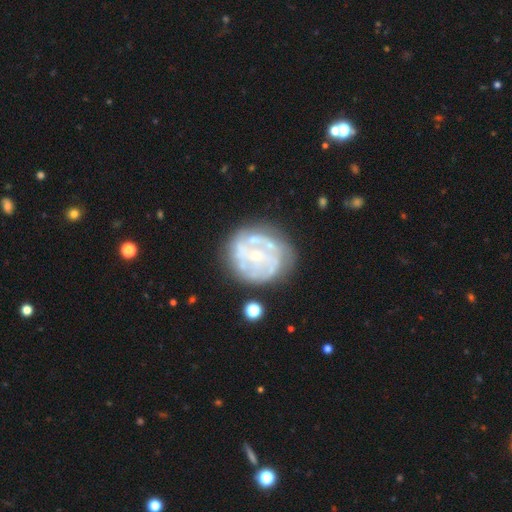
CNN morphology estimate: This appears to be a featured or disk galaxy (74%) with no bar (74%), spiral arms (56%) and a small central bulge (74%). Merging: none (63%).